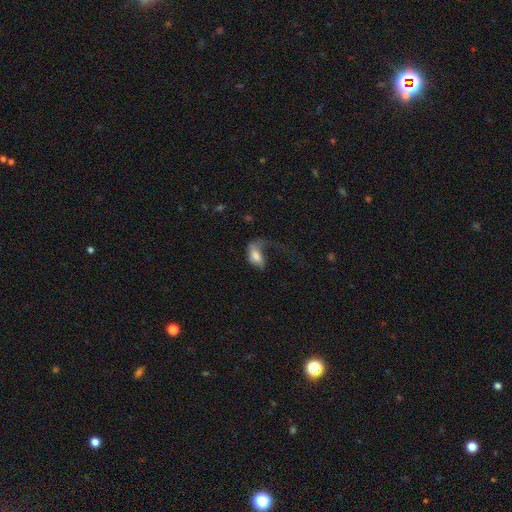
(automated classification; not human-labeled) Overall: smooth (63%; featured or disk 29%). How rounded: in between (89%). Merging: major disturbance (62%).